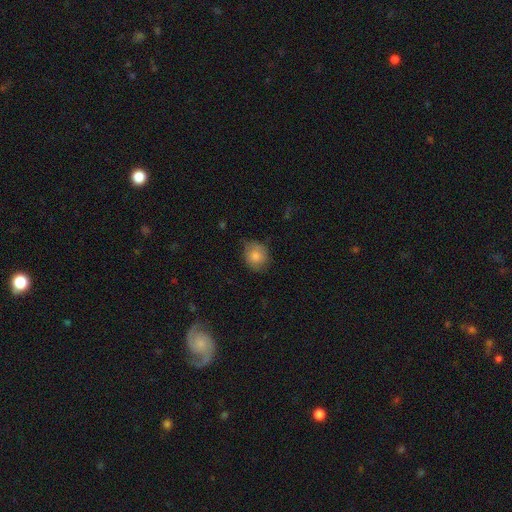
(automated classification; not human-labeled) Q: Smooth or featured?
A: smooth (80%); runner-up: featured or disk (12%)
Q: How rounded?
A: round (73%); runner-up: in between (26%)
Q: Merging?
A: none (69%); runner-up: minor disturbance (25%)